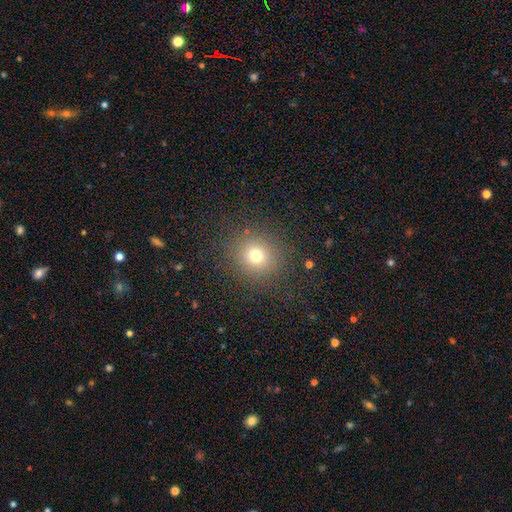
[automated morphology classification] Q: Smooth or featured?
A: smooth (73%); runner-up: star or artifact (18%)
Q: How rounded?
A: round (85%); runner-up: in between (14%)
Q: Merging?
A: none (86%); runner-up: minor disturbance (8%)